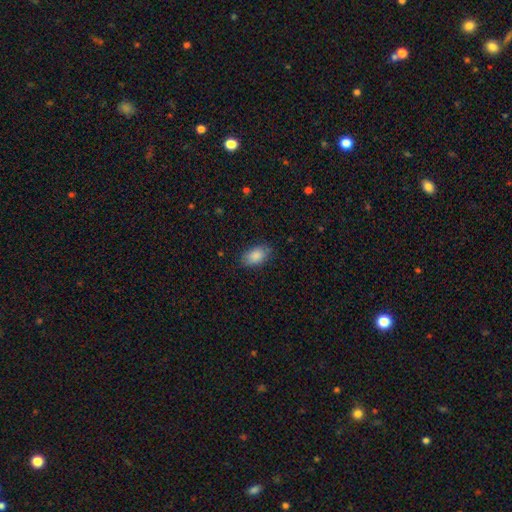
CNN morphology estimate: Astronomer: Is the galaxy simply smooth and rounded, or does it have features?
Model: smooth — 87%.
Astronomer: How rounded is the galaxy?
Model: in between — 92%.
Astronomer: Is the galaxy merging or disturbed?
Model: none — 82%.